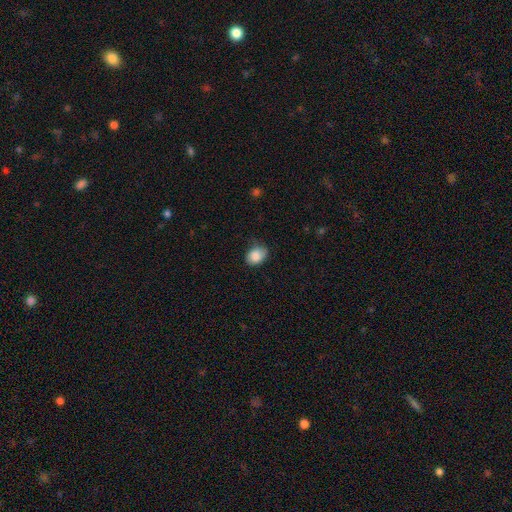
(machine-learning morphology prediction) Smooth or featured: smooth — 86% (star or artifact — 8%)
How rounded: in between — 59% (round — 40%)
Merging: none — 60% (minor disturbance — 32%)